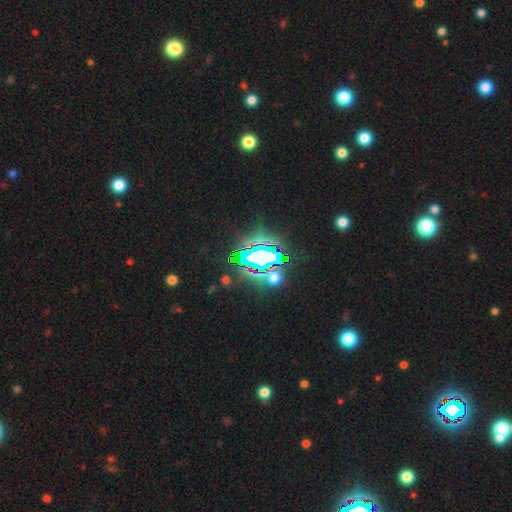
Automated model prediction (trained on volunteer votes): This is clearly a star or artifact rather than a galaxy (81%).